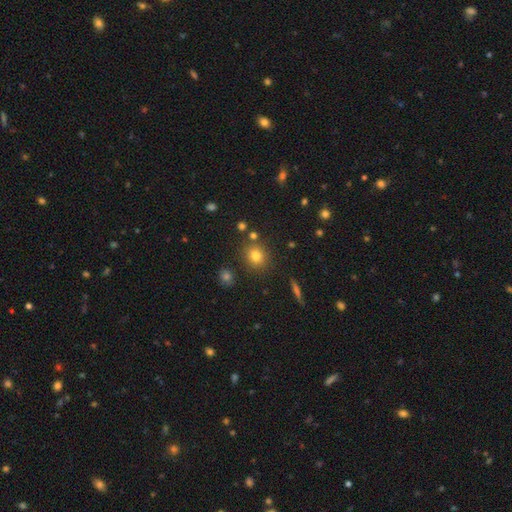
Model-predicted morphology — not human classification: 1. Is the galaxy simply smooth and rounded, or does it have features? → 79% smooth, 14% star or artifact, 8% featured or disk.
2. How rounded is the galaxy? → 80% round, 19% in between, 1% cigar-shaped.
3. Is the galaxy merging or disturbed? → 82% none, 10% minor disturbance, 6% merger, 3% major disturbance.